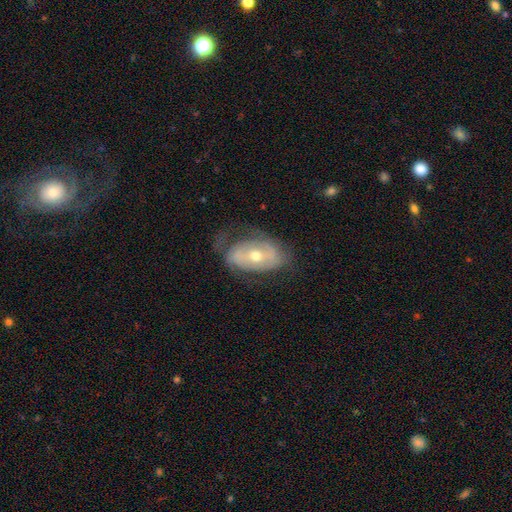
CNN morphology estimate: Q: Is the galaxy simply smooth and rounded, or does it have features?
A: featured or disk — 68%.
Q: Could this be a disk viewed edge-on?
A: no — 92%.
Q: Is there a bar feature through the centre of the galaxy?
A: no — 54%.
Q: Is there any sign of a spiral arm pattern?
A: yes — 62%.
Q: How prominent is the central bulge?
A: moderate — 59%.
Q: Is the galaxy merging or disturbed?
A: none — 51%.